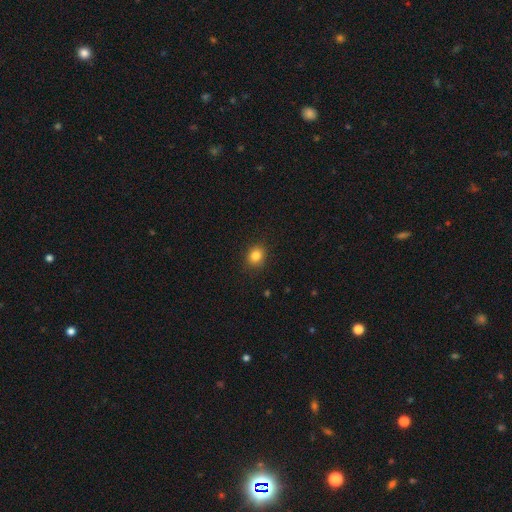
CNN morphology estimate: A smooth galaxy with no disk features (83%) that is round (69%). Merging: none (88%).